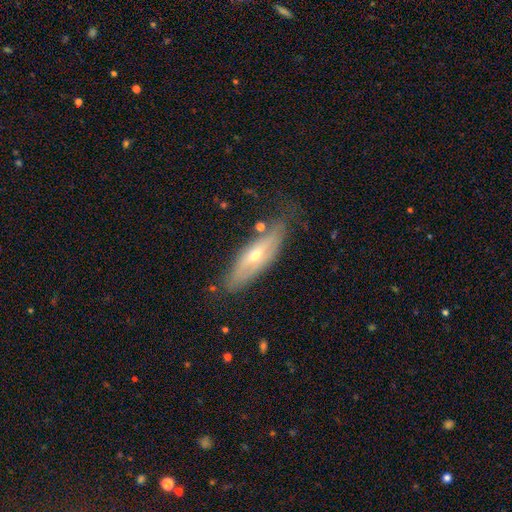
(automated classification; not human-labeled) smooth_or_featured: featured or disk (p=0.58) [alt: smooth p=0.35]
disk_edge_on: yes (p=0.53) [alt: no p=0.47]
merging: none (p=0.72) [alt: minor disturbance p=0.20]